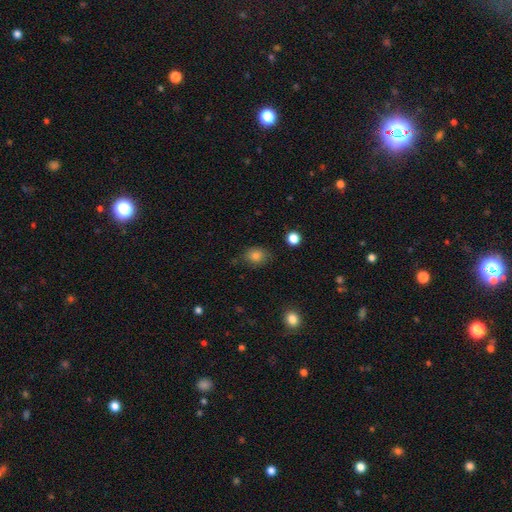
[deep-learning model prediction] The model was most divided on "how rounded": round: 57%, in between: 42%, cigar-shaped: 1%. More confident: smooth or featured — smooth (82%); merging — none (78%).